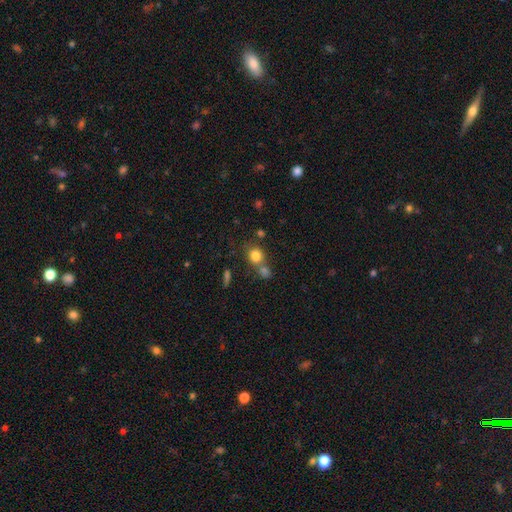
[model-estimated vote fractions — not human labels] Smooth or featured?
  - smooth: 80% *
  - star or artifact: 12%
  - featured or disk: 8%
How rounded?
  - round: 80% *
  - in between: 19%
  - cigar-shaped: 1%
Merging?
  - none: 55% *
  - merger: 30%
  - minor disturbance: 10%
  - major disturbance: 4%